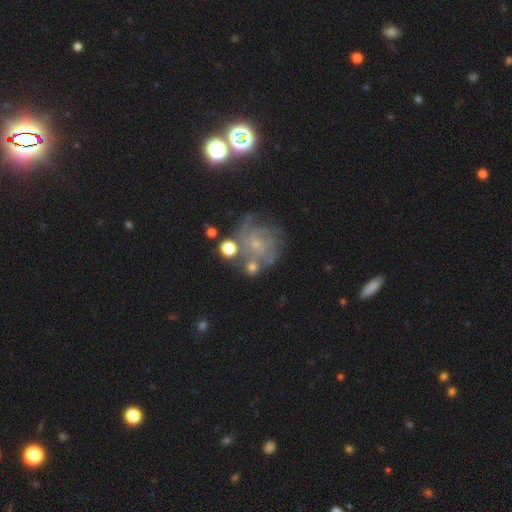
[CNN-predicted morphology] type=featured or disk (68%); edge-on=no (97%); bar=no (70%); spiral arms=yes (90%); winding=tight (54%); arm count=can't tell (39%); bulge=small (73%); merging=none (63%).